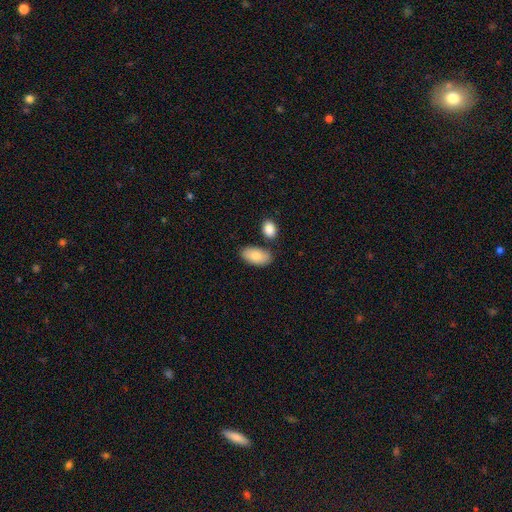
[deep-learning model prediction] Smooth or featured? smooth (84%)
How rounded? in between (94%)
Merging? none (71%)